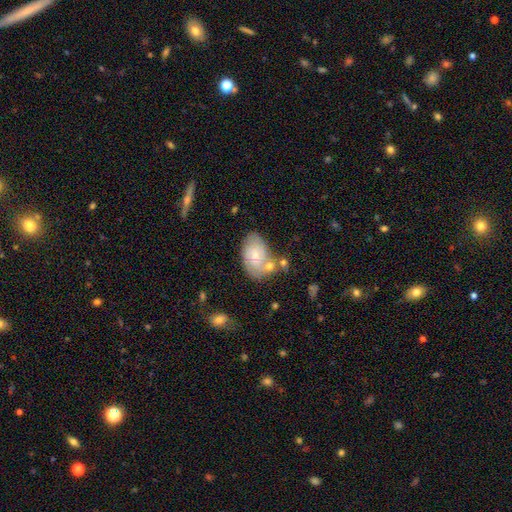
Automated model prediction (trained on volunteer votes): smooth-or-featured: featured or disk: 48% | smooth: 44% | star or artifact: 7%
  merging: none: 49% | minor disturbance: 22% | merger: 21% | major disturbance: 8%